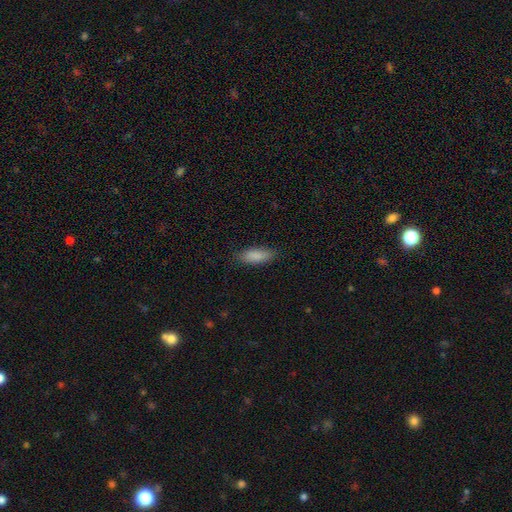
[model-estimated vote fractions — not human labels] Smooth or featured?
  - smooth: 87% *
  - star or artifact: 6%
  - featured or disk: 6%
How rounded?
  - in between: 64% *
  - cigar-shaped: 34%
  - round: 2%
Merging?
  - none: 84% *
  - minor disturbance: 13%
  - major disturbance: 3%
  - merger: 1%